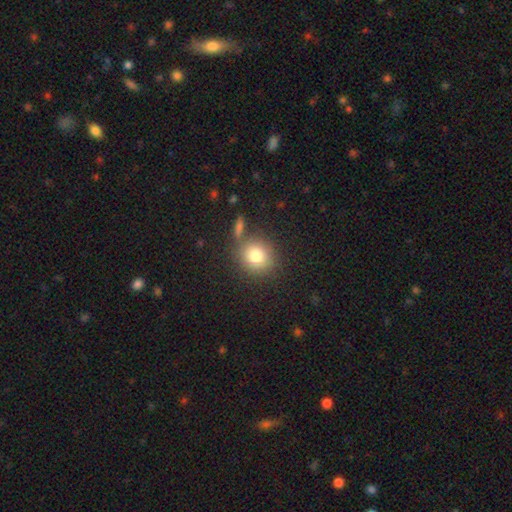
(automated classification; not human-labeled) Smooth or featured? smooth (81%)
How rounded? round (81%)
Merging? none (74%)